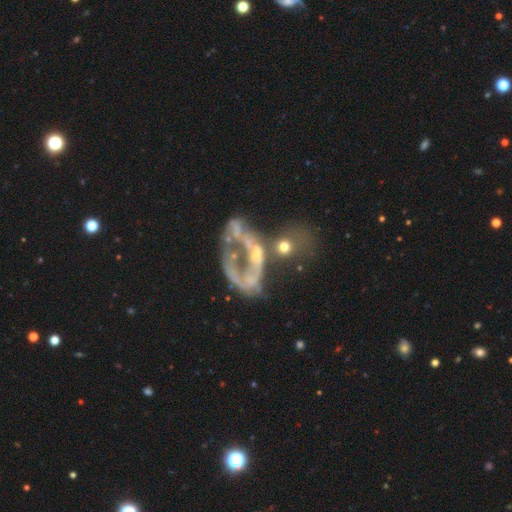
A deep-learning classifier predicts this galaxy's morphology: Q: Smooth or featured?
A: featured or disk (67%); runner-up: smooth (18%)
Q: Edge-on disk?
A: no (97%); runner-up: yes (3%)
Q: Bar?
A: no (85%); runner-up: weak (11%)
Q: Spiral arms?
A: no (81%); runner-up: yes (19%)
Q: Bulge size?
A: none (53%); runner-up: small (24%)
Q: Merging?
A: merger (42%); runner-up: major disturbance (35%)